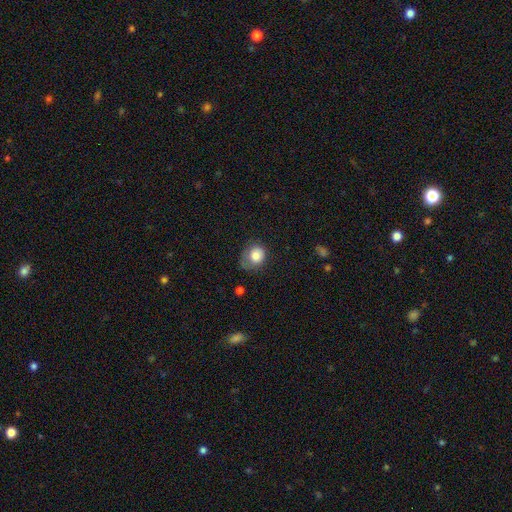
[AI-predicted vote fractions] Smooth or featured? smooth (80%)
How rounded? round (68%)
Merging? none (50%)